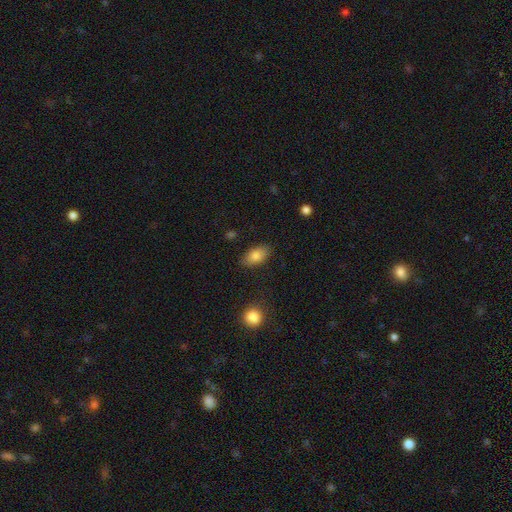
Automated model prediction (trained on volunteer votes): A smooth galaxy with no disk features (82%) that is in between round and cigar-shaped (90%). Merging: none (84%).